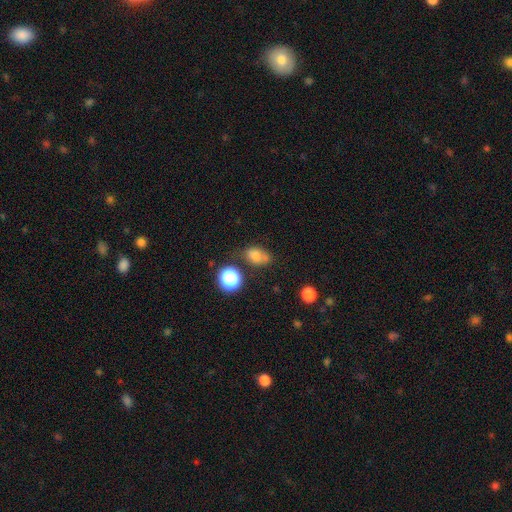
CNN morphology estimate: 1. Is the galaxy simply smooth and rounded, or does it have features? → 71% smooth, 18% star or artifact, 11% featured or disk.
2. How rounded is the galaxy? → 69% in between, 29% round, 2% cigar-shaped.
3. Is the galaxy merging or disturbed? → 56% none, 25% minor disturbance, 11% merger, 9% major disturbance.